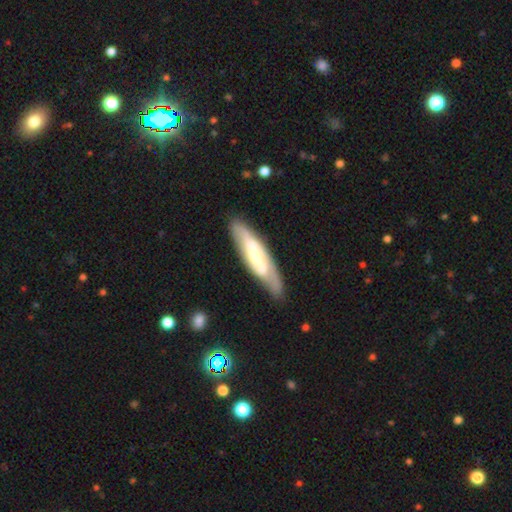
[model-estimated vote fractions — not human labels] This is likely a featured or disk galaxy (62%). It is likely not viewed edge-on (65%). Merging: likely none (79%).